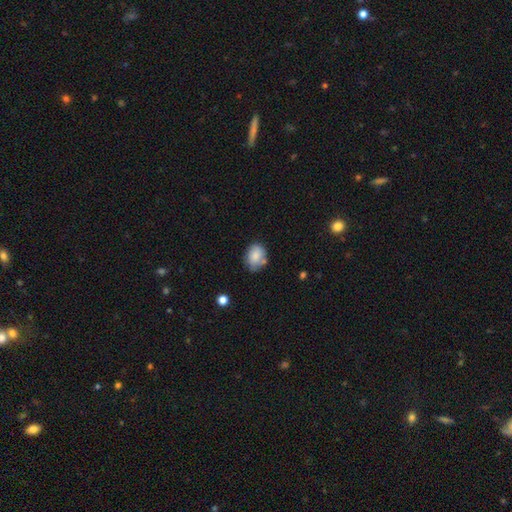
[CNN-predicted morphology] The model was most divided on "how rounded": in between: 66%, round: 33%, cigar-shaped: 1%. More confident: smooth or featured — smooth (82%); merging — none (65%).